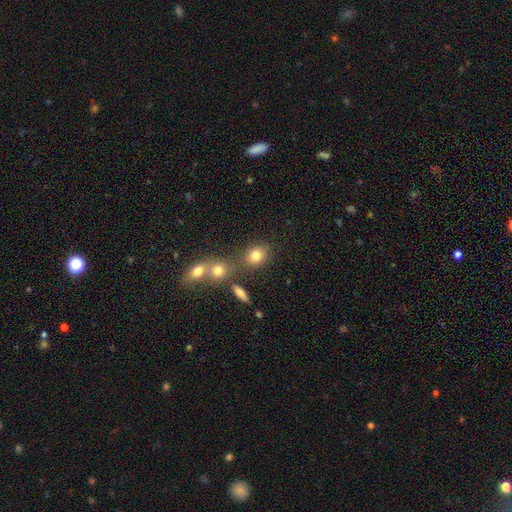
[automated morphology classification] The model was most divided on "how rounded": round: 55%, in between: 43%, cigar-shaped: 2%. More confident: smooth or featured — smooth (78%); merging — none (62%).